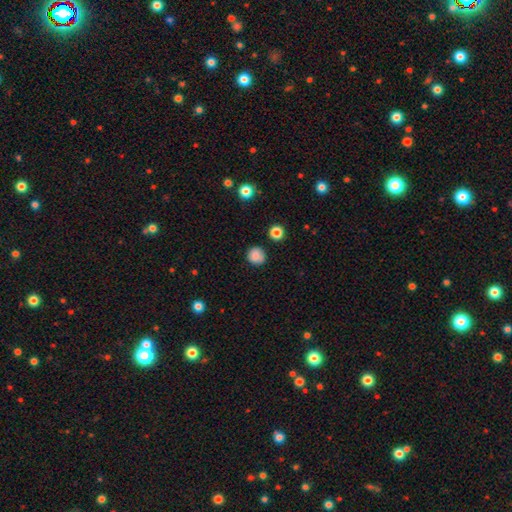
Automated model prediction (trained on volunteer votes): Overall: smooth (85%). How rounded: round (92%). Merging: none (88%).